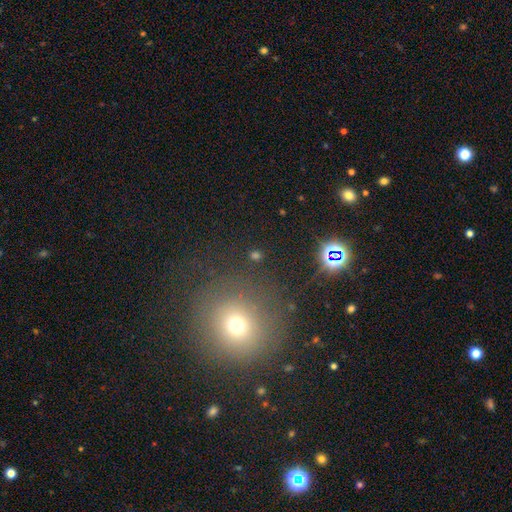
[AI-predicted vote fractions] A smooth galaxy with no disk features (52%) that is round (82%).

Vote fractions:
- Smooth or featured? smooth: 52% / star or artifact: 39% / featured or disk: 9%
- How rounded? round: 82% / in between: 16% / cigar-shaped: 2%
- Merging? none: 83% / minor disturbance: 8% / major disturbance: 5% / merger: 4%